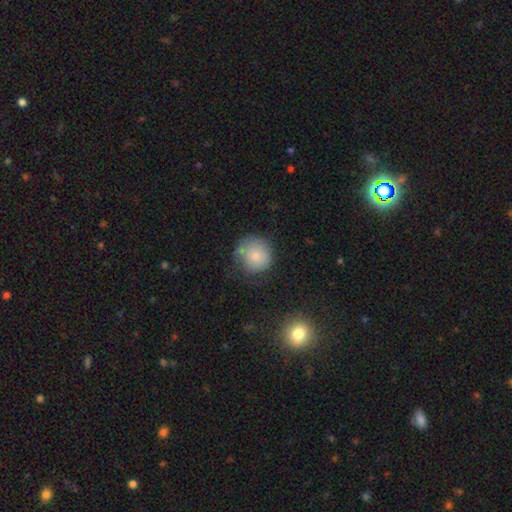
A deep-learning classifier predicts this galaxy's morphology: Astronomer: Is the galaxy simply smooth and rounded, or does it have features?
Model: smooth — 76%.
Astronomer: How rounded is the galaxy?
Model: round — 91%.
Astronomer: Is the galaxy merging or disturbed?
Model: none — 53% (runner-up: minor disturbance, 29%).